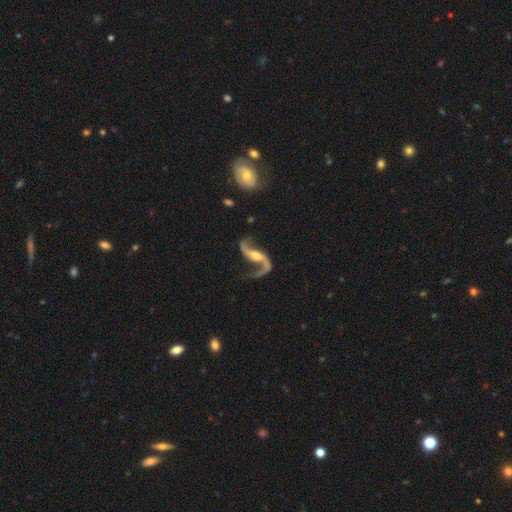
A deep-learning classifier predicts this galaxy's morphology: This appears to be a featured or disk galaxy (92%) with a weak bar (36%, tied with no), 2 (92%) loose (80%) spiral arms (97%) and a moderate central bulge (51%). Merging: none (66%).